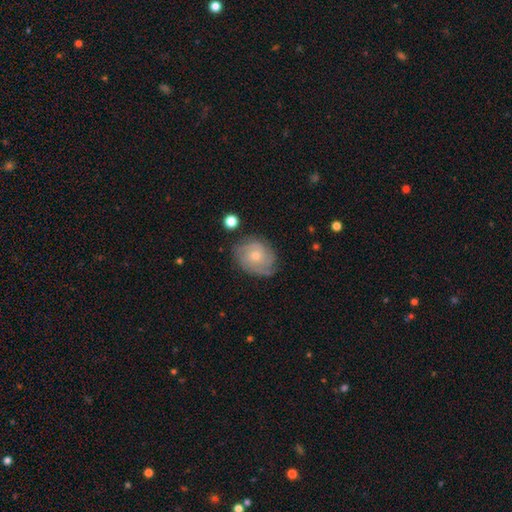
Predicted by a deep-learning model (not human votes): smooth-or-featured: featured or disk: 72% | smooth: 21% | star or artifact: 7%
  disk-edge-on: no: 97% | yes: 3%
    bar: no: 78% | weak: 20% | strong: 3%
    has-spiral-arms: yes: 92% | no: 8%
      spiral-winding: tight: 60% | medium: 31% | loose: 9%
      spiral-arm-count: can't tell: 30% | 3: 28% | 2: 21% | 4: 10% | 1: 5% | more than 4: 5%
    bulge-size: small: 54% | moderate: 42% | large: 1% | none: 1% | dominant: 1%
  merging: none: 74% | minor disturbance: 19% | major disturbance: 5% | merger: 2%